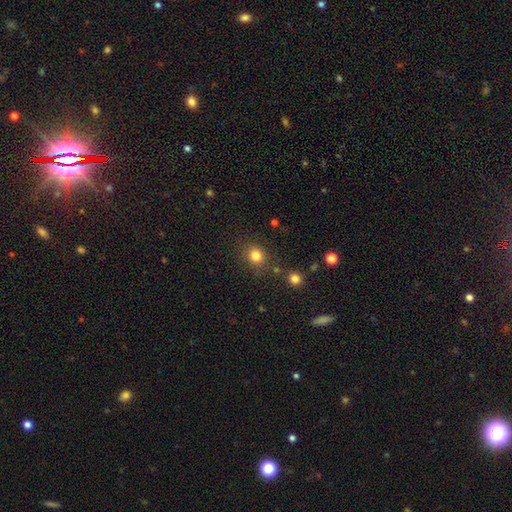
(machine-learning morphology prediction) smooth 82%, star or artifact 13%, featured or disk 5%. Down the decision tree: how rounded — round (77%); merging — none (81%).